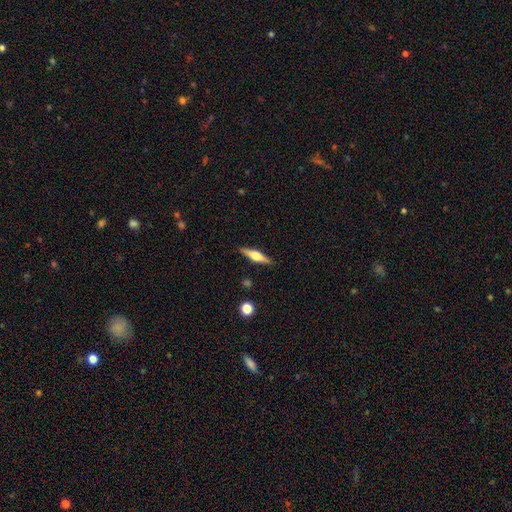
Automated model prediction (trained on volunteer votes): A featured or disk galaxy (68%) viewed edge-on (97%) with a rounded central bulge (91%).

Vote fractions:
- Smooth or featured? featured or disk: 68% / smooth: 26% / star or artifact: 6%
- Edge-on disk? yes: 97% / no: 3%
- Edge-on bulge? rounded: 91% / boxy: 7% / none: 2%
- Merging? none: 89% / minor disturbance: 7% / major disturbance: 2% / merger: 1%